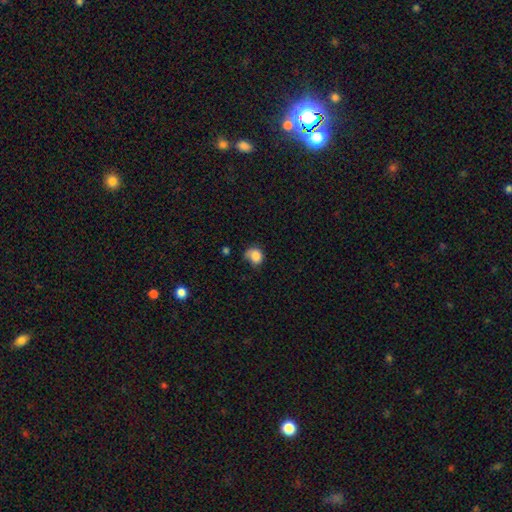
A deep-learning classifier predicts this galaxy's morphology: Smooth or featured: smooth — 82% (featured or disk — 9%)
How rounded: round — 65% (in between — 34%)
Merging: none — 43% (minor disturbance — 36%)